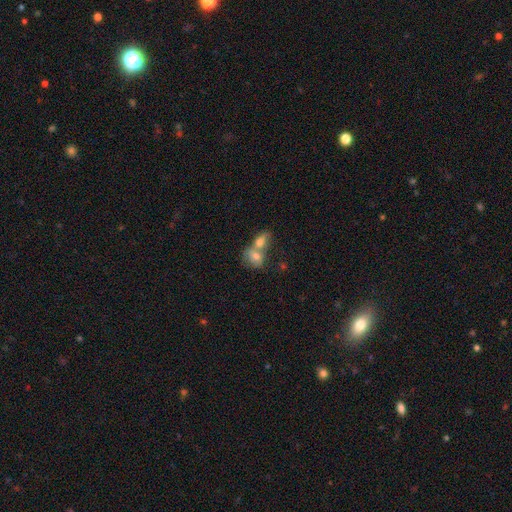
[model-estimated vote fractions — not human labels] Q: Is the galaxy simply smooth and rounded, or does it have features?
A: smooth — 62%.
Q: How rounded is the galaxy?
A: in between — 58%.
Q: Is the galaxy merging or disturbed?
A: merger — 67%.